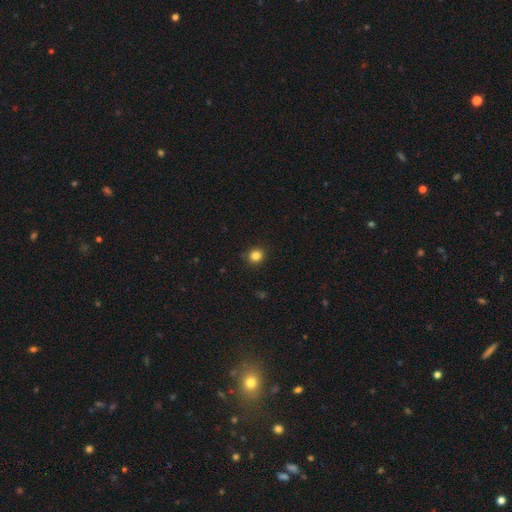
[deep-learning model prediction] smooth 84%, star or artifact 12%, featured or disk 4%. Down the decision tree: how rounded — round (87%); merging — none (90%).